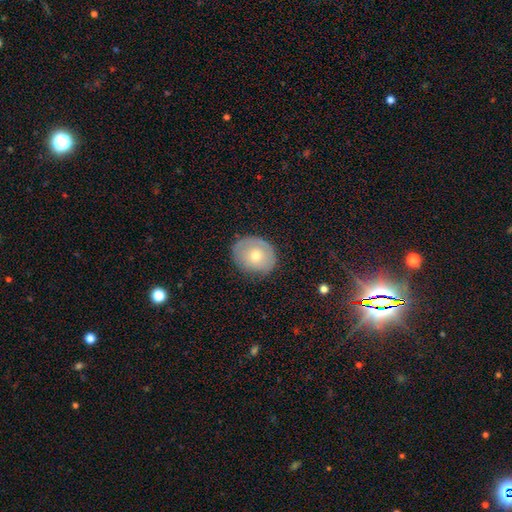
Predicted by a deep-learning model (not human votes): Overall: smooth (62%; featured or disk 30%). How rounded: round (62%; in between 37%). Merging: none (76%).